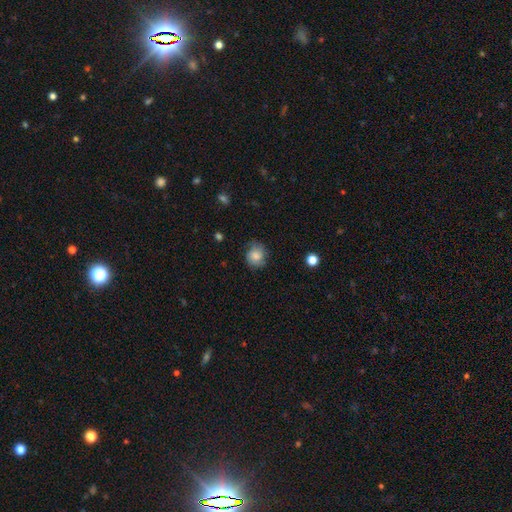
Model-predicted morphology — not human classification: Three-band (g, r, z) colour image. It shows a smooth galaxy with no disk features (72%) that is round (76%). Merging: none (70%).